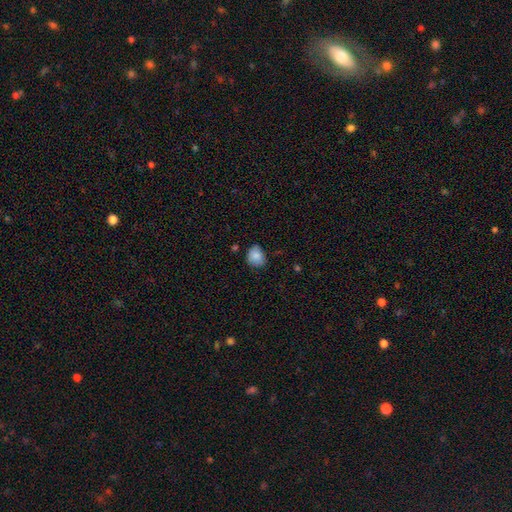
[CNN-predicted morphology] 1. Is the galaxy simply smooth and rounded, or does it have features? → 84% smooth, 8% star or artifact, 7% featured or disk.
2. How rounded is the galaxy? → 60% round, 39% in between, 1% cigar-shaped.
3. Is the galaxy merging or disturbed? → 67% none, 27% minor disturbance, 4% major disturbance, 2% merger.